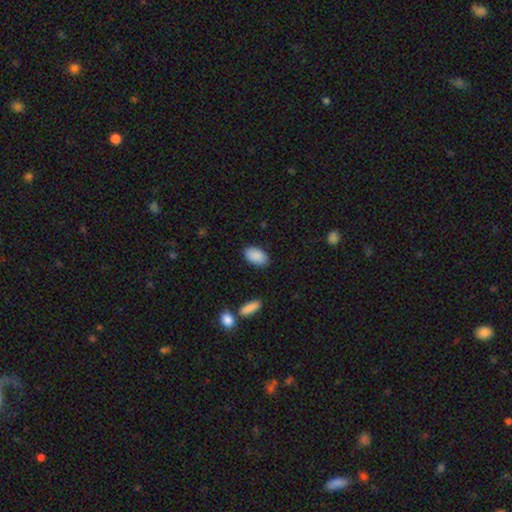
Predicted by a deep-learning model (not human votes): smooth-or-featured: smooth: 89% | star or artifact: 7% | featured or disk: 4%
  how-rounded: in between: 94% | round: 4% | cigar-shaped: 2%
  merging: none: 86% | minor disturbance: 9% | major disturbance: 2% | merger: 2%